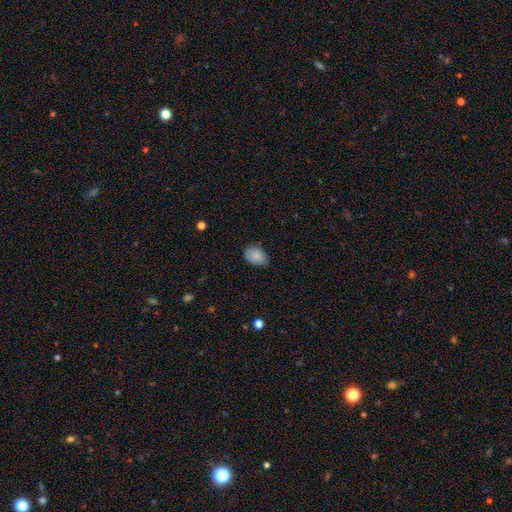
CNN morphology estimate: Smooth or featured? Predicted: smooth (p=0.86). How rounded? Predicted: in between (p=0.78). Merging? Predicted: none (p=0.73).